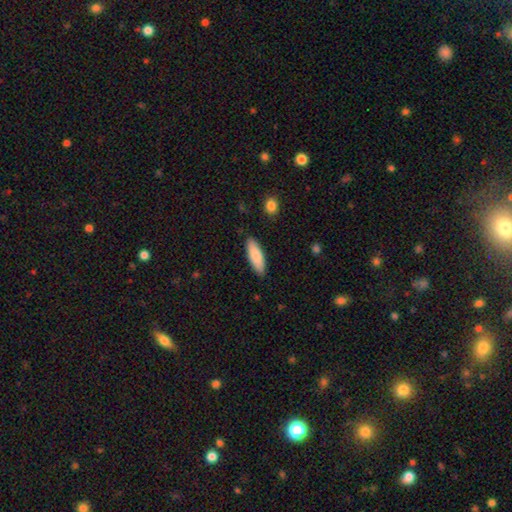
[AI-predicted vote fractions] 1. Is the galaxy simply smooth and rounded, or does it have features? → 83% smooth, 11% featured or disk, 5% star or artifact.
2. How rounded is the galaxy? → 59% in between, 39% cigar-shaped, 2% round.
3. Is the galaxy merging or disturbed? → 88% none, 9% minor disturbance, 2% major disturbance, 1% merger.